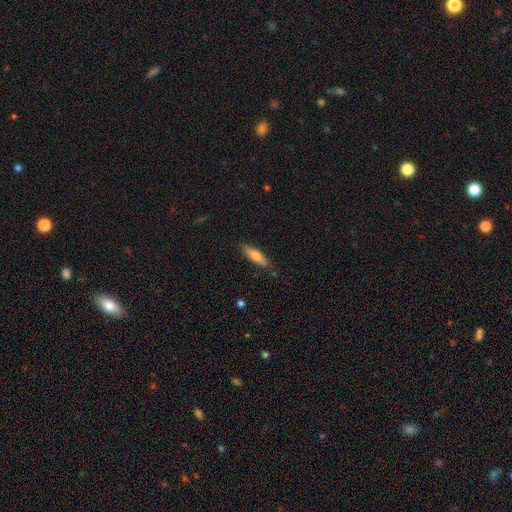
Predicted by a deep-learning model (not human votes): Smooth or featured: smooth — 65% (featured or disk — 29%)
How rounded: cigar-shaped — 72% (in between — 26%)
Merging: none — 86% (minor disturbance — 11%)